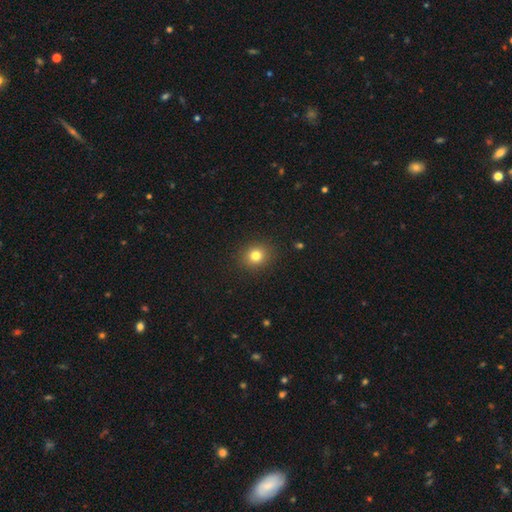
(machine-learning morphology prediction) Smooth or featured? Predicted: smooth (p=0.80). How rounded? Predicted: round (p=0.81). Merging? Predicted: none (p=0.90).